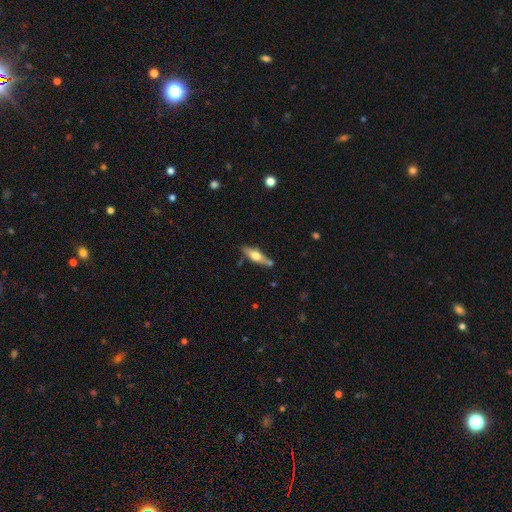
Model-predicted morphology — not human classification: A smooth galaxy with no disk features (48%).

Vote fractions:
- Smooth or featured? smooth: 48% / featured or disk: 46% / star or artifact: 6%
- Merging? none: 73% / minor disturbance: 15% / merger: 8% / major disturbance: 3%